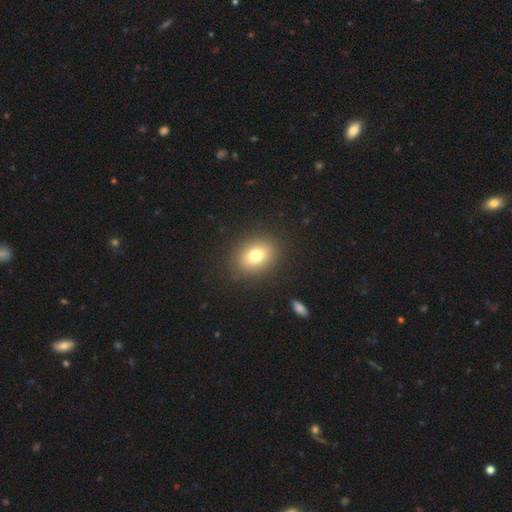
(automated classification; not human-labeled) The model was most divided on "how rounded": in between: 56%, round: 43%, cigar-shaped: 1%. More confident: merging — none (88%); smooth or featured — smooth (75%).